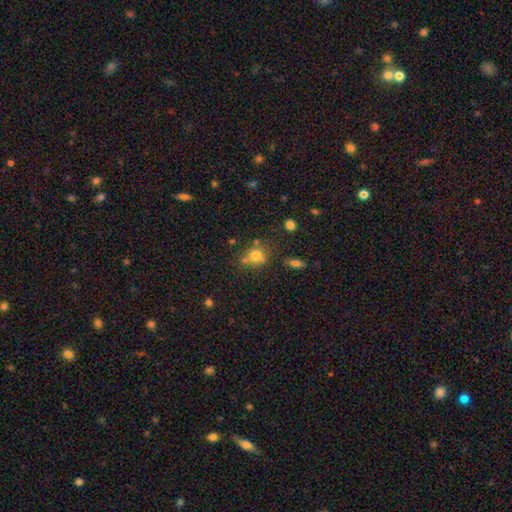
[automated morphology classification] Smooth or featured? Predicted: smooth (p=0.74). How rounded? Predicted: round (p=0.75). Merging? Predicted: none (p=0.56).